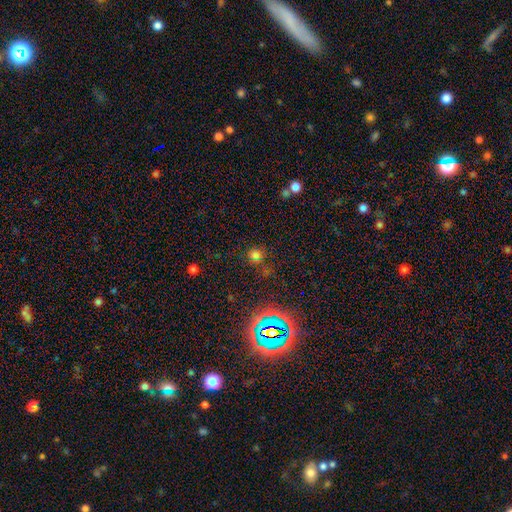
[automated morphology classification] Overall: smooth (65%; star or artifact 28%). How rounded: round (89%). Merging: none (75%).